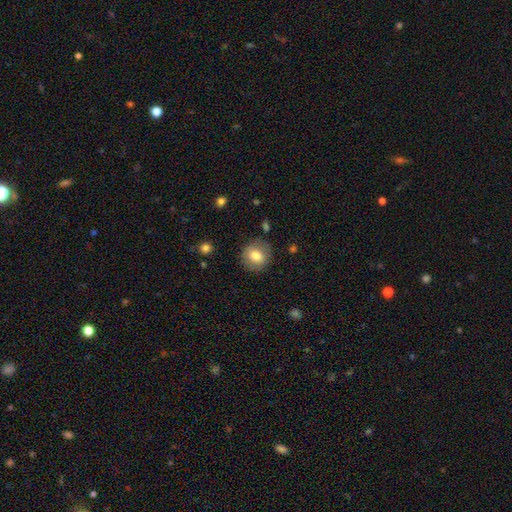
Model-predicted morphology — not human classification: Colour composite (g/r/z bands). It shows a smooth galaxy with no disk features (76%) that is round (84%). Merging: none (85%).